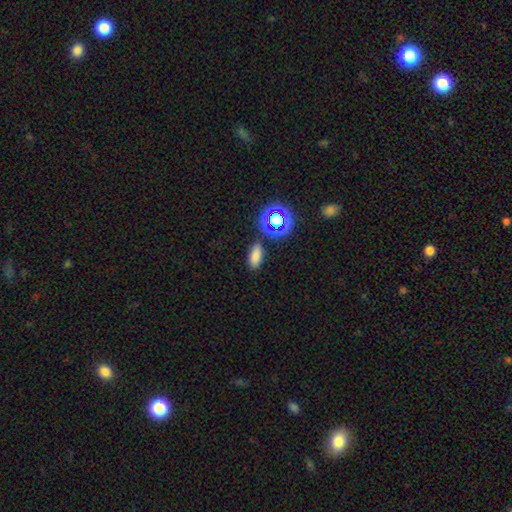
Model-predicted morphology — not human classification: smooth-or-featured: smooth: 77% | star or artifact: 18% | featured or disk: 6%
  how-rounded: in between: 86% | cigar-shaped: 7% | round: 6%
  merging: none: 84% | minor disturbance: 10% | merger: 4% | major disturbance: 3%